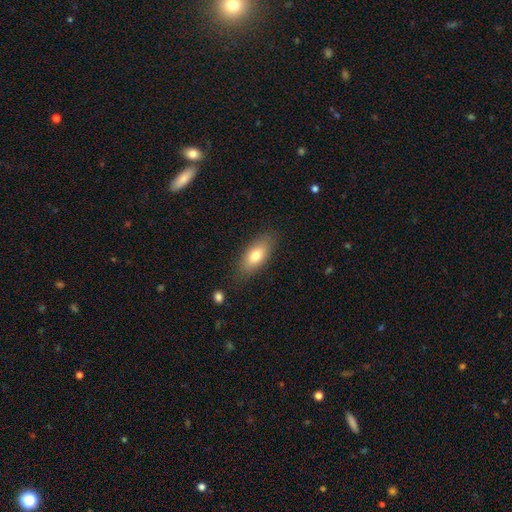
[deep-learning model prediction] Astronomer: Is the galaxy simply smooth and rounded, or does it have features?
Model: smooth — 76%.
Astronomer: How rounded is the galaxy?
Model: in between — 82%.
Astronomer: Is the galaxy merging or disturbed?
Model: none — 82%.